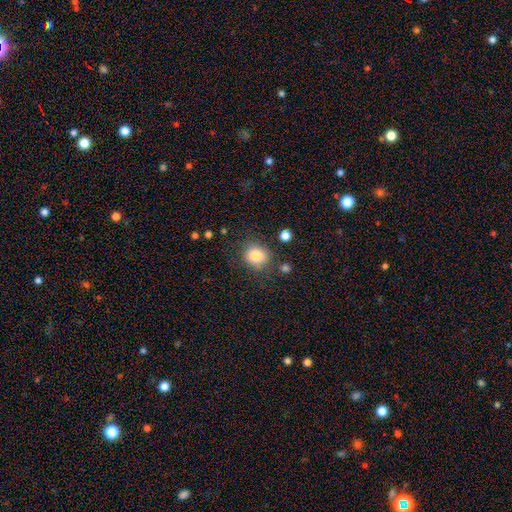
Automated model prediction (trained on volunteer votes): The model was most divided on "how rounded": round: 78%, in between: 21%, cigar-shaped: 1%. More confident: smooth or featured — smooth (82%); merging — none (78%).